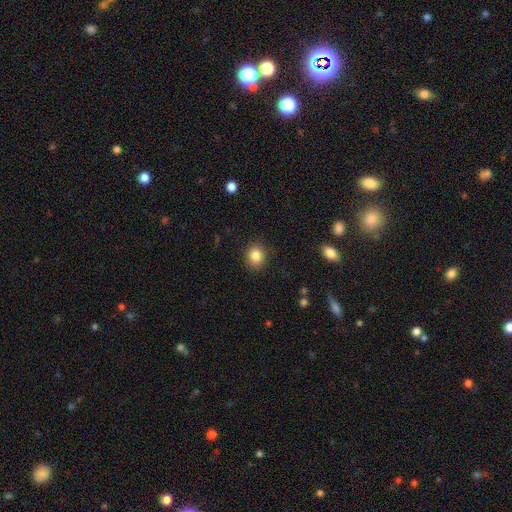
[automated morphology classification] The model was most divided on "how rounded": round: 70%, in between: 29%, cigar-shaped: 1%. More confident: merging — none (87%); smooth or featured — smooth (84%).